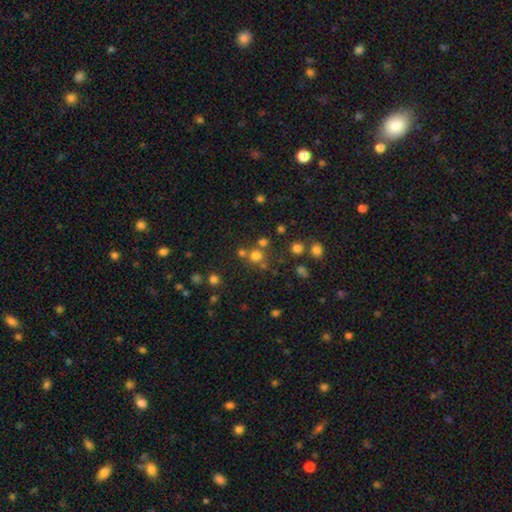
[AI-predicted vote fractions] smooth 67%, star or artifact 24%, featured or disk 9%. Down the decision tree: how rounded — round (90%); merging — none (67%).